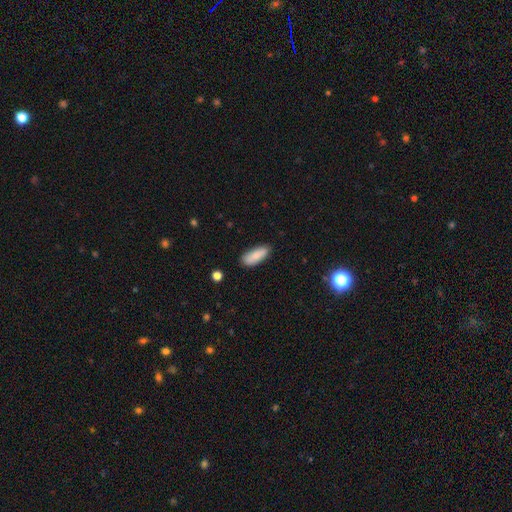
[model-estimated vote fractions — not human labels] Overall: smooth (83%). How rounded: in between (73%). Merging: none (84%).